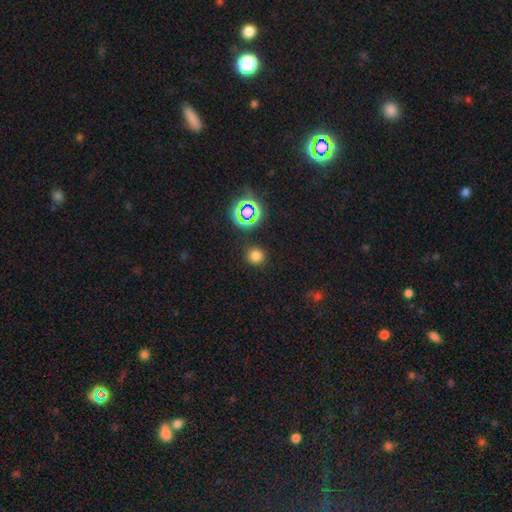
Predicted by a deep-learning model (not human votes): The model was most divided on "smooth or featured": smooth: 74%, star or artifact: 21%, featured or disk: 5%. More confident: how rounded — round (92%); merging — none (89%).